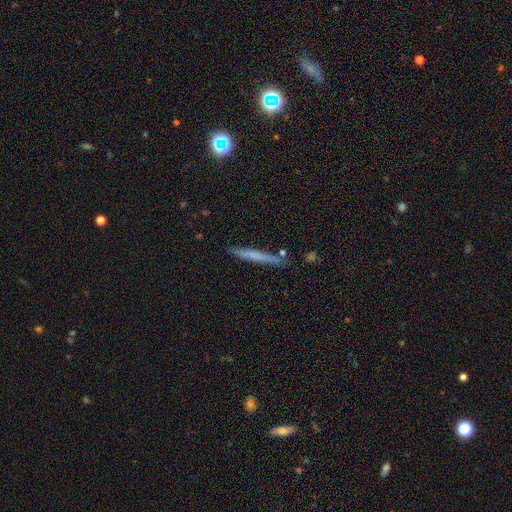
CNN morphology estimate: Q: Smooth or featured?
A: smooth (58%); runner-up: featured or disk (35%)
Q: How rounded?
A: cigar-shaped (96%); runner-up: in between (2%)
Q: Merging?
A: none (87%); runner-up: minor disturbance (9%)